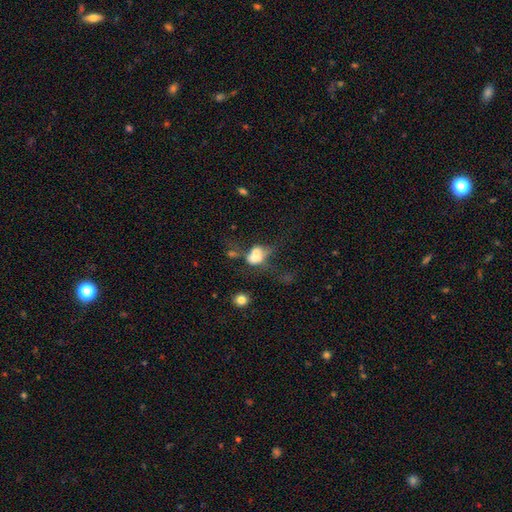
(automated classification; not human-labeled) Smooth or featured? Predicted: smooth (p=0.59). How rounded? Predicted: in between (p=0.72). Merging? Predicted: major disturbance (p=0.39).